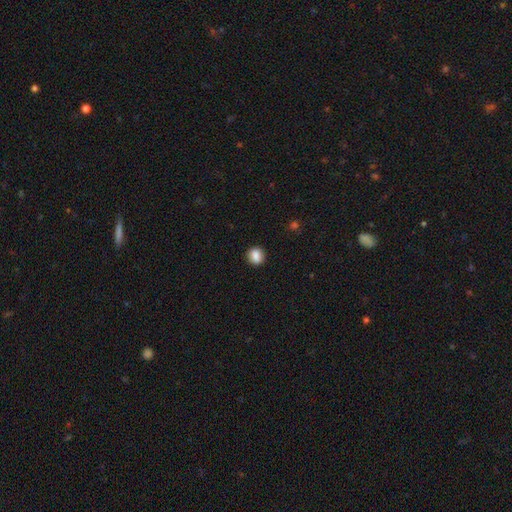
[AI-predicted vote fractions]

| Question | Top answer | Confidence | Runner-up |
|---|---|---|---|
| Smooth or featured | smooth | 85% | star or artifact (9%) |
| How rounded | round | 78% | in between (21%) |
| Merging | none | 88% | minor disturbance (8%) |